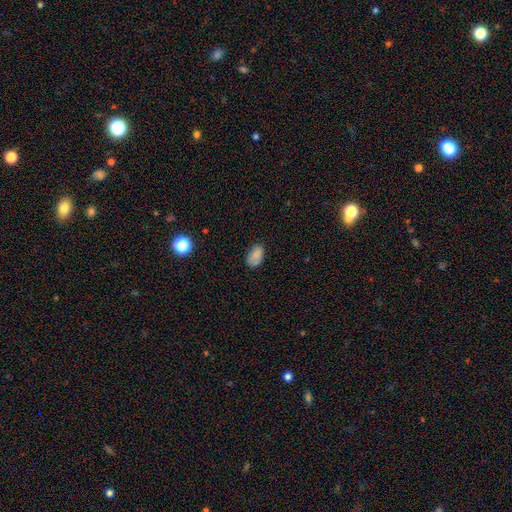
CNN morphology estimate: This appears to be a smooth galaxy with no disk features (83%) that is in between round and cigar-shaped (90%). Merging: none (75%).